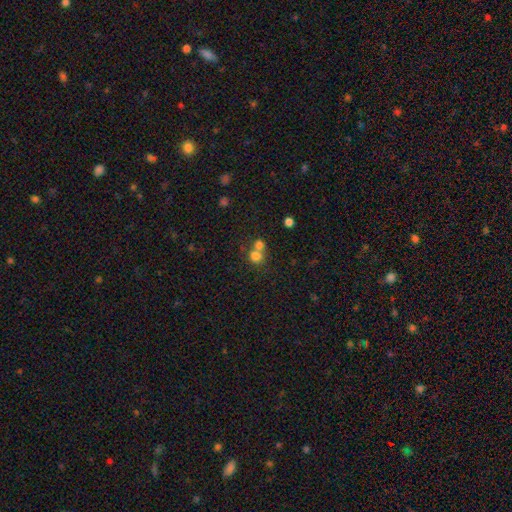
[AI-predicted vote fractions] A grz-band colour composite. It shows a smooth galaxy with no disk features (77%) that is round (84%). Merging: merger (49%).